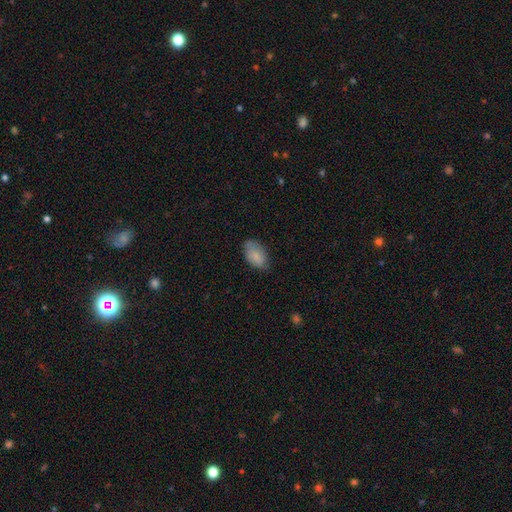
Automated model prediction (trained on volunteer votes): Smooth or featured: smooth — 83% (featured or disk — 10%)
How rounded: in between — 92% (round — 6%)
Merging: none — 68% (minor disturbance — 25%)